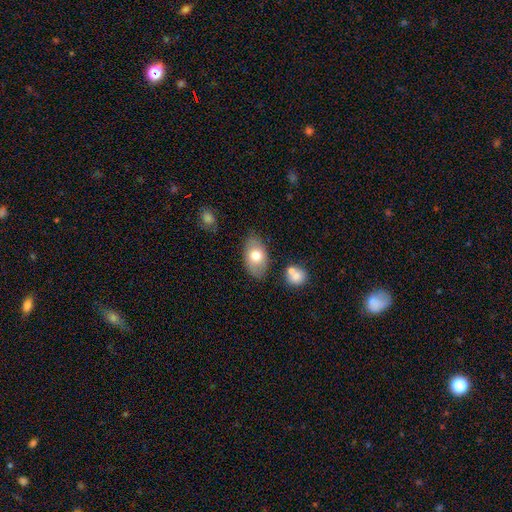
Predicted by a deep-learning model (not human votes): This is likely a smooth galaxy (72%). How rounded: clearly in between (91%). Merging: likely none (77%).